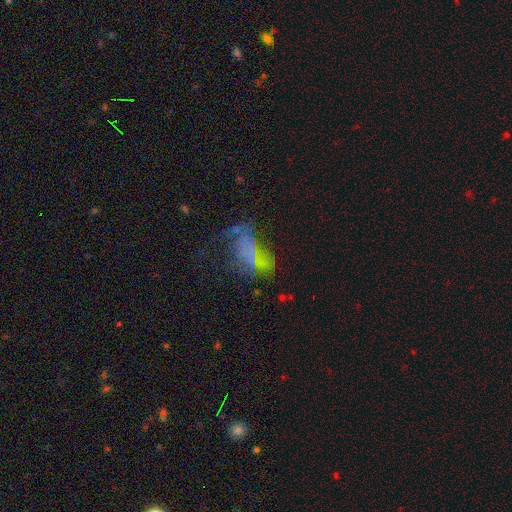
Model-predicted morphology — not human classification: Smooth or featured?
  - featured or disk: 46% *
  - smooth: 31%
  - star or artifact: 23%
Merging?
  - major disturbance: 43% *
  - none: 30%
  - minor disturbance: 18%
  - merger: 9%